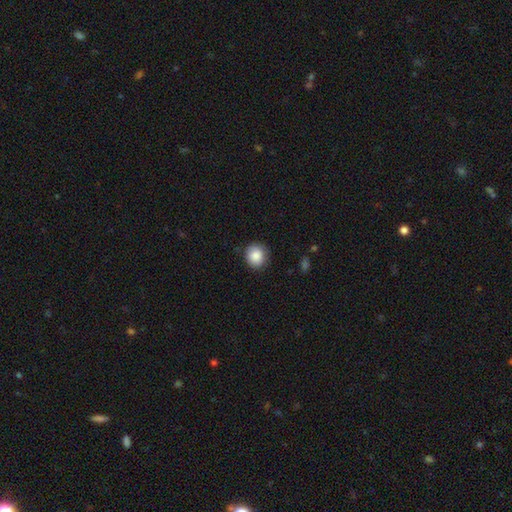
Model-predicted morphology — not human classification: This is clearly a smooth galaxy (87%). How rounded: clearly round (85%). Merging: clearly none (84%).